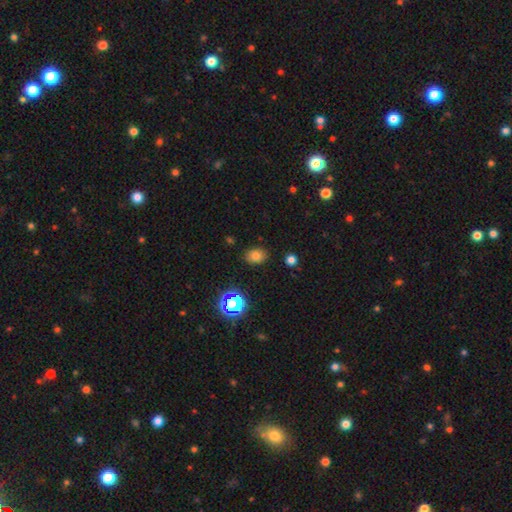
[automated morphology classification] The model was most divided on "how rounded": in between: 68%, round: 31%, cigar-shaped: 1%. More confident: merging — none (86%); smooth or featured — smooth (77%).